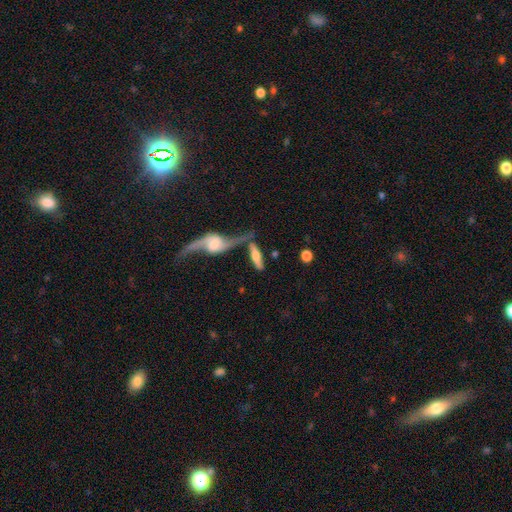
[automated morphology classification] Overall: featured or disk (55%; smooth 38%). Edge-on disk: yes (61%; no 39%). Merging: merger (43%; none 33%).